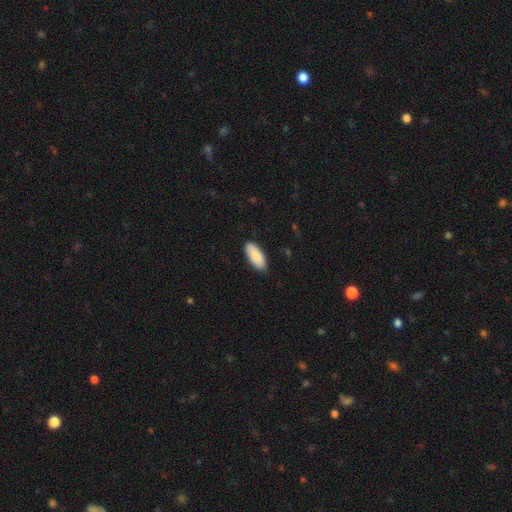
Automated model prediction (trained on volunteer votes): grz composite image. It shows a smooth galaxy with no disk features (87%) that is in between round and cigar-shaped (85%). Merging: none (86%).